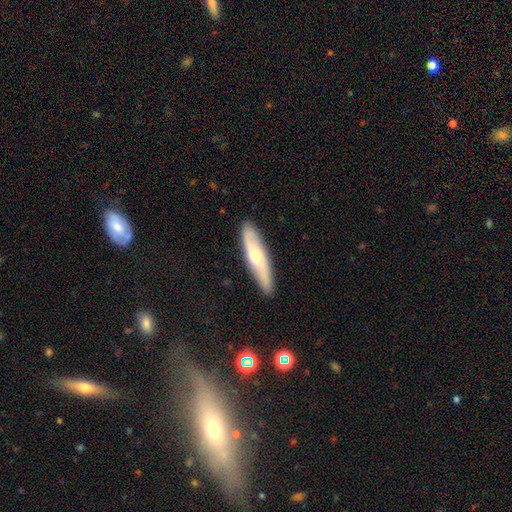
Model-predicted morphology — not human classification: Q: Smooth or featured?
A: smooth (49%); runner-up: featured or disk (45%)
Q: Merging?
A: none (88%); runner-up: minor disturbance (9%)